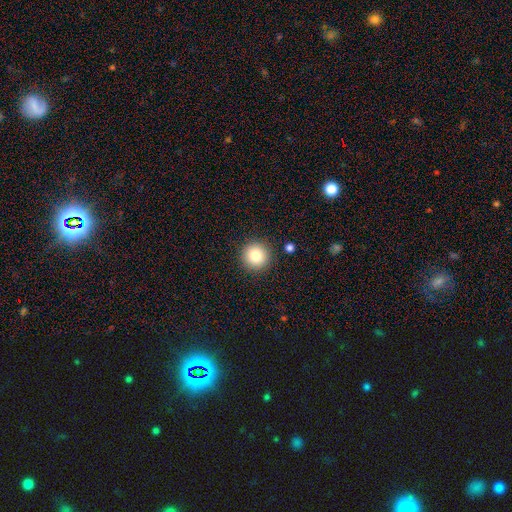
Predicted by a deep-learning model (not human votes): Q: Smooth or featured?
A: smooth (82%); runner-up: star or artifact (11%)
Q: How rounded?
A: round (96%); runner-up: in between (3%)
Q: Merging?
A: none (90%); runner-up: minor disturbance (6%)